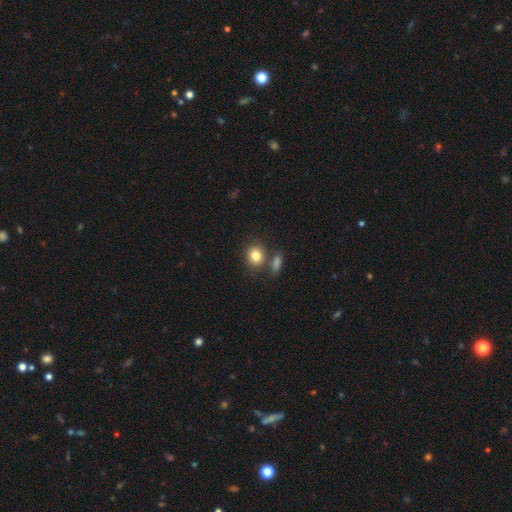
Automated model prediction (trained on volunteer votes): This appears to be a smooth galaxy with no disk features (82%) that is round (73%). Merging: none (64%).